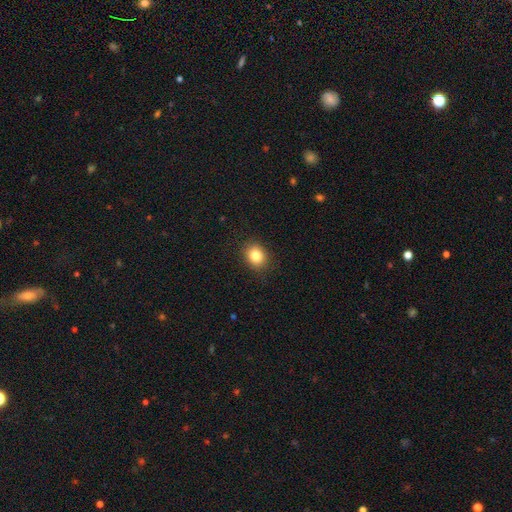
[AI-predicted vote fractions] This appears to be a smooth galaxy with no disk features (83%) that is round (59%). Merging: none (89%).